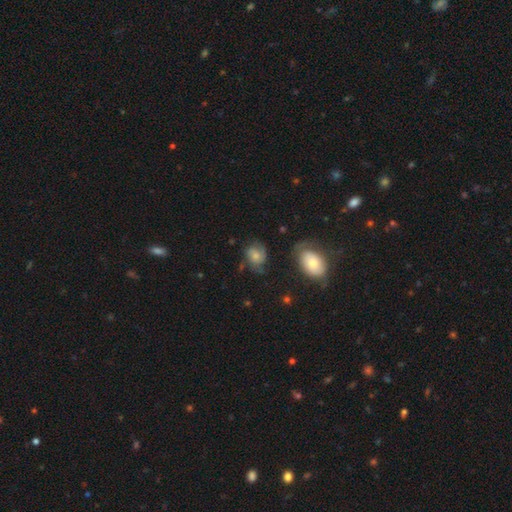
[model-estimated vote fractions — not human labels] This is possibly a smooth galaxy (45%). Merging: possibly none (55%).